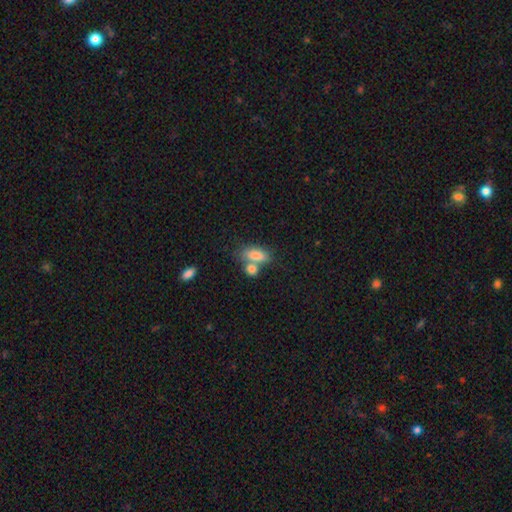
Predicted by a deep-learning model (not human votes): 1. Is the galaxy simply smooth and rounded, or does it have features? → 79% smooth, 14% featured or disk, 8% star or artifact.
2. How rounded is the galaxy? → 80% in between, 12% cigar-shaped, 7% round.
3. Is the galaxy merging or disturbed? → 46% merger, 38% none, 11% minor disturbance, 5% major disturbance.